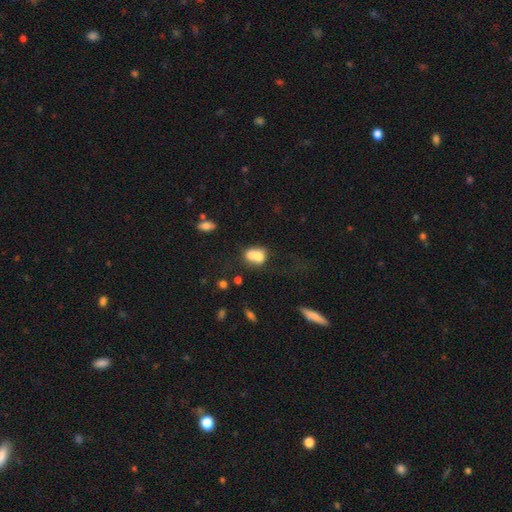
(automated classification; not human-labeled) A smooth galaxy with no disk features (69%) that is in between round and cigar-shaped (52%).

Vote fractions:
- Smooth or featured? smooth: 69% / featured or disk: 21% / star or artifact: 10%
- How rounded? in between: 52% / round: 46% / cigar-shaped: 1%
- Merging? merger: 65% / none: 22% / minor disturbance: 8% / major disturbance: 5%